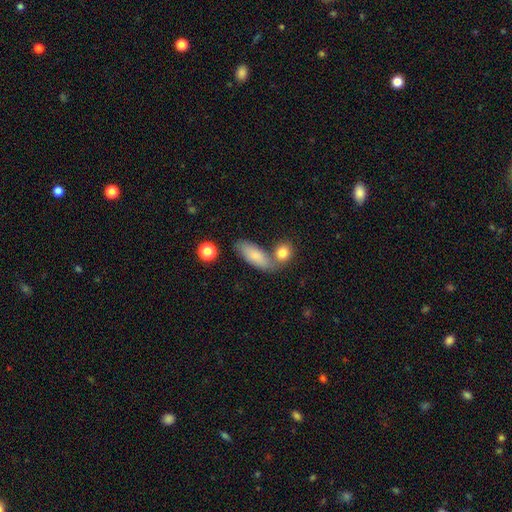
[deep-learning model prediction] Q: Smooth or featured?
A: smooth (79%); runner-up: featured or disk (13%)
Q: How rounded?
A: in between (74%); runner-up: cigar-shaped (22%)
Q: Merging?
A: none (56%); runner-up: merger (24%)